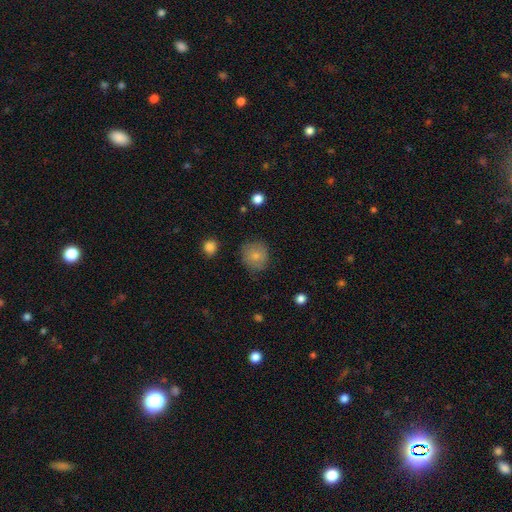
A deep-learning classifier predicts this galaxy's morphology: This is likely a smooth galaxy (80%). How rounded: clearly round (87%). Merging: likely none (79%).